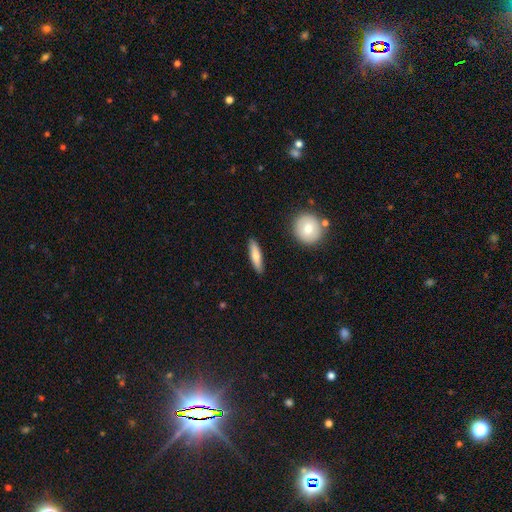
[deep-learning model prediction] Overall: smooth (69%). How rounded: cigar-shaped (75%). Merging: none (89%).